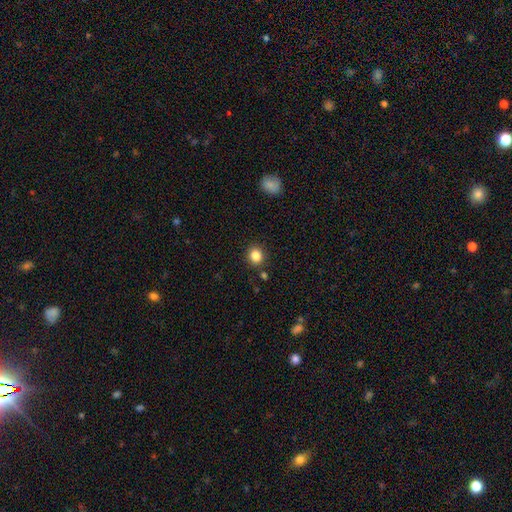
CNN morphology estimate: This appears to be a smooth galaxy with no disk features (84%) that is round (78%). Merging: none (88%).